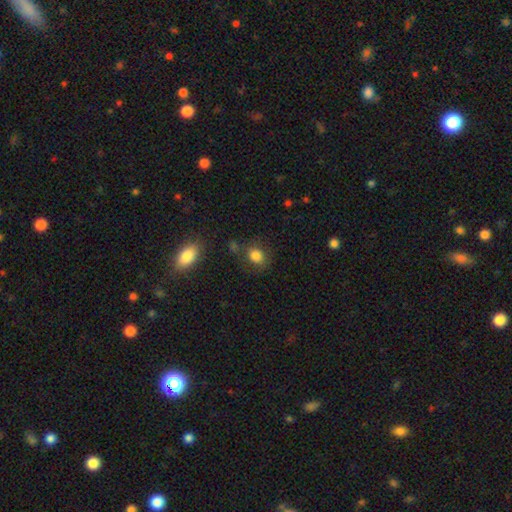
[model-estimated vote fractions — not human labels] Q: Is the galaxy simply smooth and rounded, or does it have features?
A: smooth — 82%.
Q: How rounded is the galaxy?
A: round — 58%.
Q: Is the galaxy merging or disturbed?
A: none — 69%.